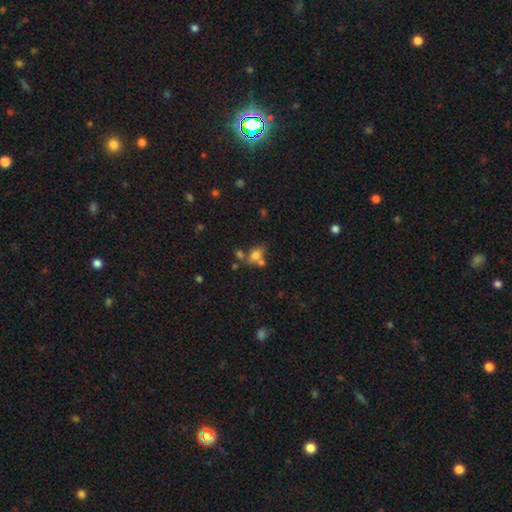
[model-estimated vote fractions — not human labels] The model was most divided on "merging": none: 41%, merger: 37%, minor disturbance: 14%, major disturbance: 8%. More confident: how rounded — in between (75%); smooth or featured — smooth (71%).